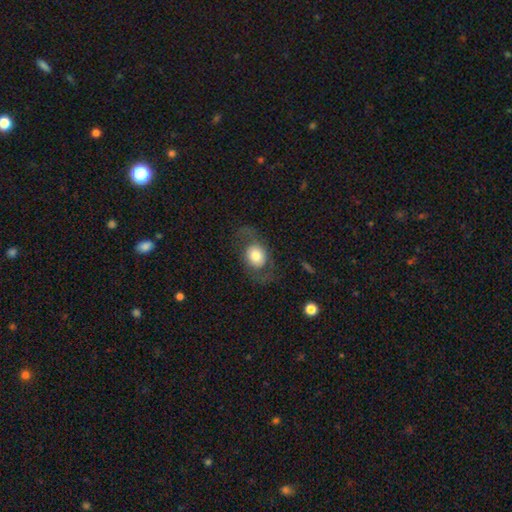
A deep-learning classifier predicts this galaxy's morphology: The model was most divided on "how rounded": round: 51%, in between: 47%, cigar-shaped: 1%. More confident: merging — none (67%); smooth or featured — smooth (53%).